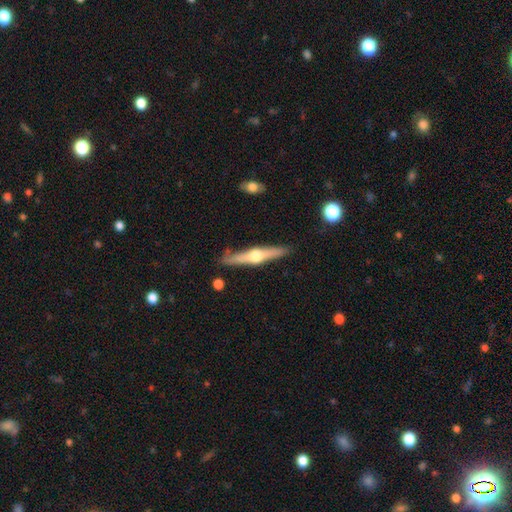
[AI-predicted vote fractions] Morphology: type=featured or disk (70%); edge-on=yes (97%); edge-on bulge=rounded (95%); merging=none (85%).